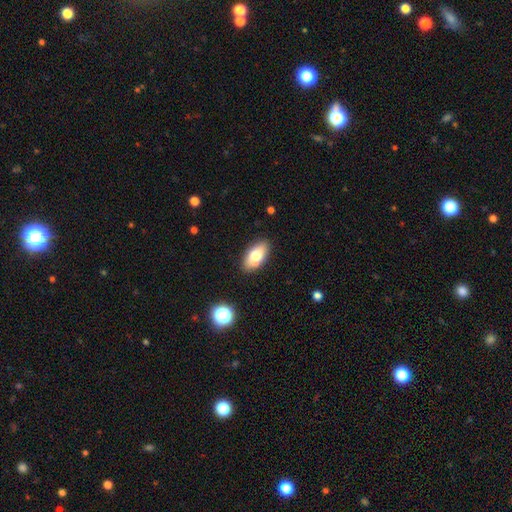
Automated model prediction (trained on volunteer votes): Smooth or featured? Predicted: smooth (p=0.72). How rounded? Predicted: in between (p=0.91). Merging? Predicted: none (p=0.80).